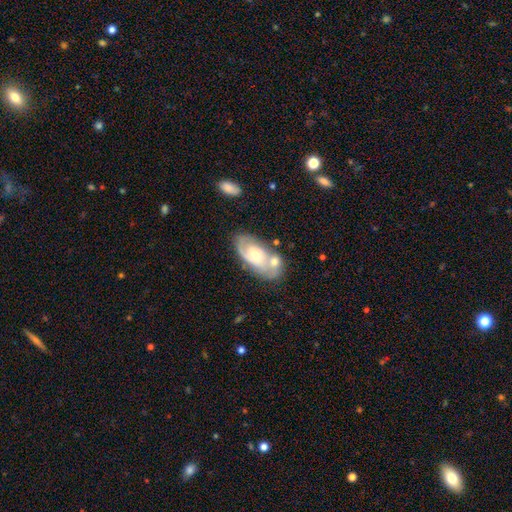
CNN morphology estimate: Smooth or featured: featured or disk — 64% (smooth — 30%)
Edge-on disk: no — 93% (yes — 7%)
Bar: no — 49% (weak — 42%)
Spiral arms: yes — 82% (no — 18%)
Bulge size: moderate — 54% (small — 35%)
Merging: none — 51% (merger — 25%)